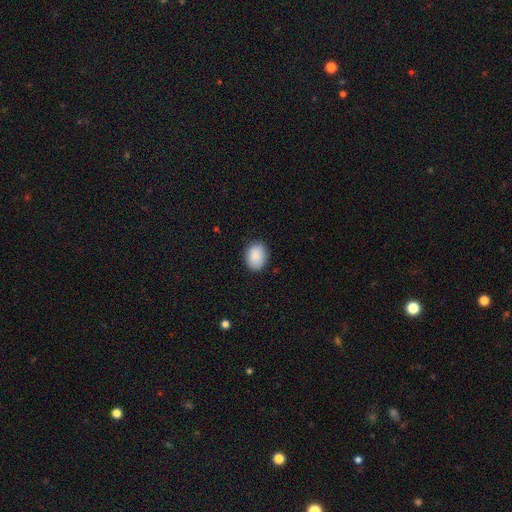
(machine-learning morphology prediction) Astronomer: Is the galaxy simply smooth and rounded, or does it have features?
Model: smooth — 90%.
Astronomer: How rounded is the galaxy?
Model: in between — 66%.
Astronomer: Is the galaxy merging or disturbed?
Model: none — 85%.